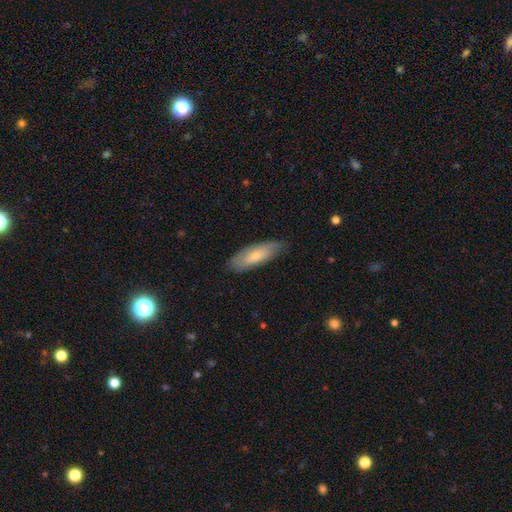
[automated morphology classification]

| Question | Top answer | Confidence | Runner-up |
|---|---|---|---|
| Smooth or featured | smooth | 63% | featured or disk (31%) |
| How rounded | in between | 64% | cigar-shaped (34%) |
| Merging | none | 77% | minor disturbance (18%) |